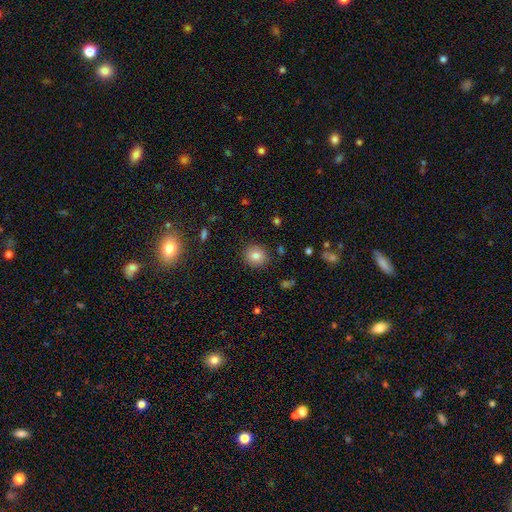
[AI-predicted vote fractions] Smooth or featured: smooth — 80% (star or artifact — 11%)
How rounded: round — 88% (in between — 11%)
Merging: none — 89% (minor disturbance — 8%)